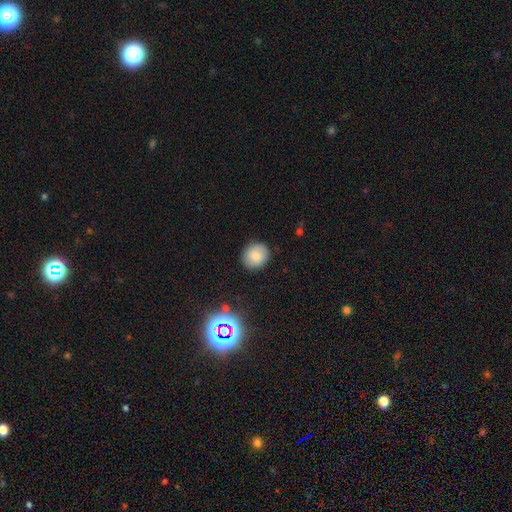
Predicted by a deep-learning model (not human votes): Q: Smooth or featured?
A: smooth (82%); runner-up: star or artifact (10%)
Q: How rounded?
A: round (80%); runner-up: in between (19%)
Q: Merging?
A: none (88%); runner-up: minor disturbance (9%)